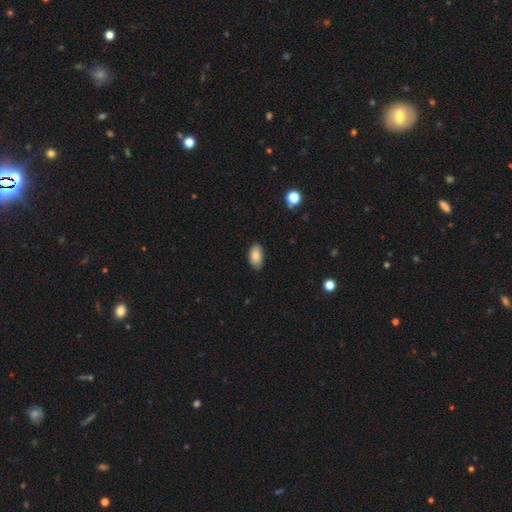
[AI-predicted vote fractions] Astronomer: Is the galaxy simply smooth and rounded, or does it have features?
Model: smooth — 85%.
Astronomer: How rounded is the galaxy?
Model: in between — 94%.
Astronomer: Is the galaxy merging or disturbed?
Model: none — 80%.